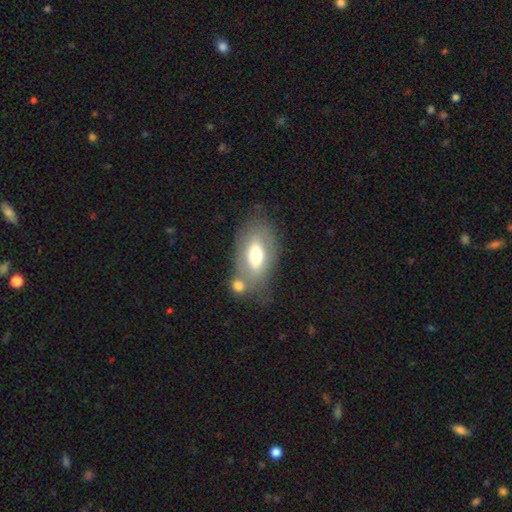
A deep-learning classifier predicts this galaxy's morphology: Q: Smooth or featured?
A: smooth (57%); runner-up: featured or disk (35%)
Q: How rounded?
A: in between (88%); runner-up: round (8%)
Q: Merging?
A: none (49%); runner-up: merger (27%)